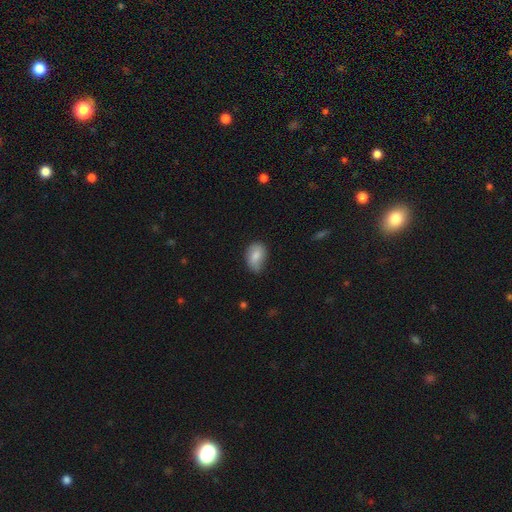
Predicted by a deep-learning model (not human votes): Morphology: type=smooth (79%); roundness=in between (83%); merging=none (60%).